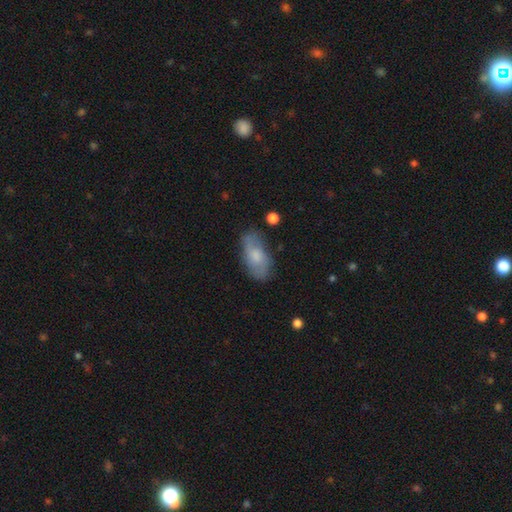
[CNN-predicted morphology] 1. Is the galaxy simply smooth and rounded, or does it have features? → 57% smooth, 36% featured or disk, 7% star or artifact.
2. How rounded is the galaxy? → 90% in between, 6% cigar-shaped, 4% round.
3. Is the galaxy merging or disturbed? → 68% none, 23% minor disturbance, 7% major disturbance, 2% merger.